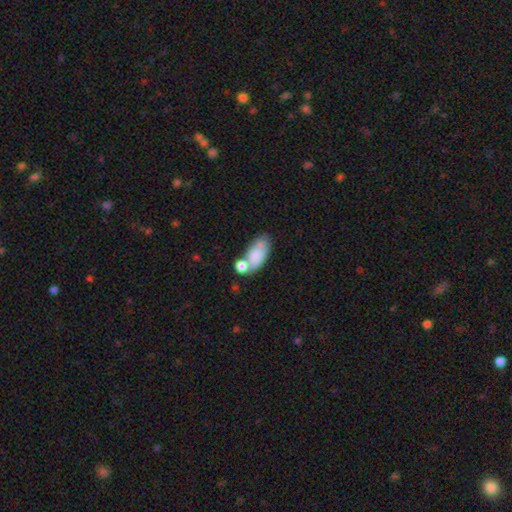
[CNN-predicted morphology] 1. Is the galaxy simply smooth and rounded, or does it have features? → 75% smooth, 17% featured or disk, 8% star or artifact.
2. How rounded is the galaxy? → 89% in between, 5% cigar-shaped, 5% round.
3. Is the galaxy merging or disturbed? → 38% merger, 36% none, 17% minor disturbance, 8% major disturbance.